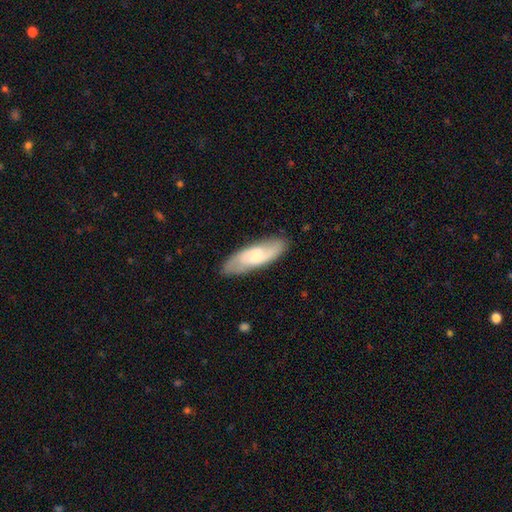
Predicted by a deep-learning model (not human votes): Q: Smooth or featured?
A: featured or disk (50%); runner-up: smooth (45%)
Q: Merging?
A: none (83%); runner-up: minor disturbance (13%)